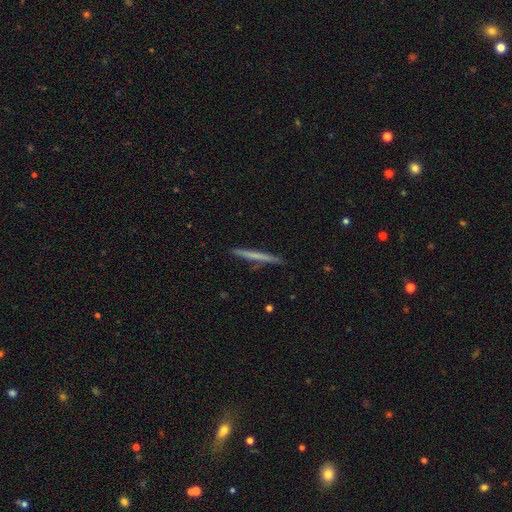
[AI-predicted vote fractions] Q: Smooth or featured?
A: smooth (56%); runner-up: featured or disk (38%)
Q: How rounded?
A: cigar-shaped (97%); runner-up: in between (2%)
Q: Merging?
A: none (90%); runner-up: minor disturbance (7%)